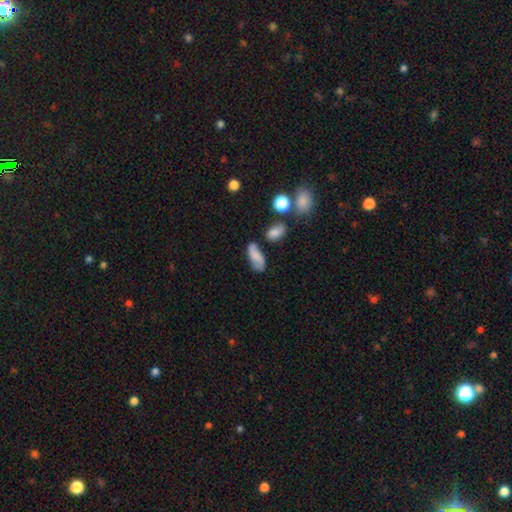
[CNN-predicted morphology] smooth_or_featured: smooth (p=0.58) [alt: featured or disk p=0.32]
how_rounded: in between (p=0.83) [alt: cigar-shaped p=0.11]
merging: none (p=0.61) [alt: minor disturbance p=0.22]